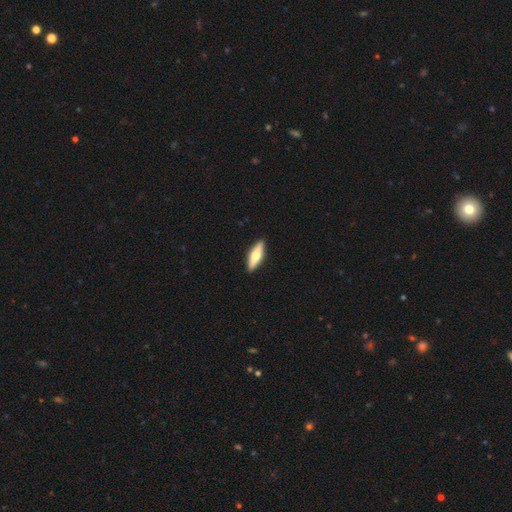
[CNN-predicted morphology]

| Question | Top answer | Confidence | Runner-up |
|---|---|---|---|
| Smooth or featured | smooth | 61% | featured or disk (34%) |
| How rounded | cigar-shaped | 59% | in between (39%) |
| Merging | none | 90% | minor disturbance (7%) |